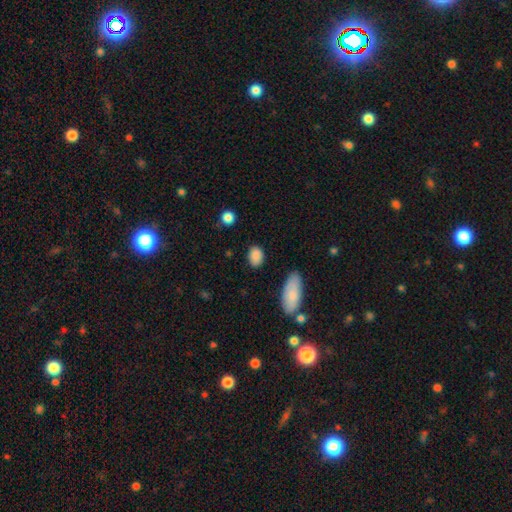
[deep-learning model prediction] Smooth or featured? Predicted: smooth (p=0.87). How rounded? Predicted: in between (p=0.76). Merging? Predicted: none (p=0.81).